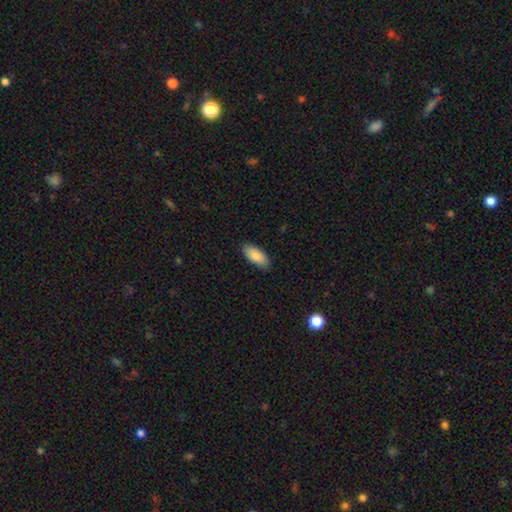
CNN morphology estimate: This is clearly a smooth galaxy (86%). How rounded: clearly in between (89%). Merging: clearly none (86%).